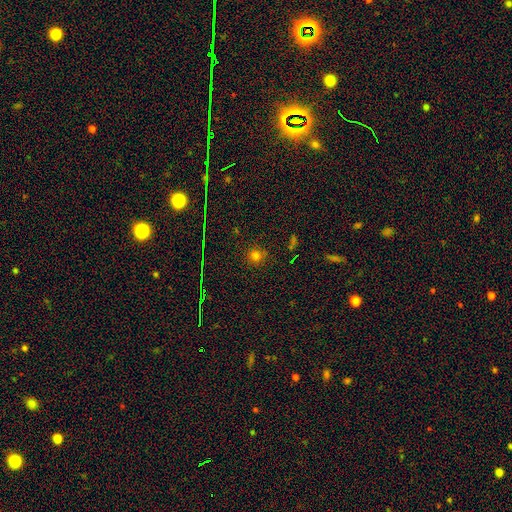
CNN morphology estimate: A smooth galaxy with no disk features (70%) that is round (90%).

Vote fractions:
- Smooth or featured? smooth: 70% / star or artifact: 23% / featured or disk: 7%
- How rounded? round: 90% / in between: 9% / cigar-shaped: 1%
- Merging? none: 84% / minor disturbance: 11% / major disturbance: 3% / merger: 2%